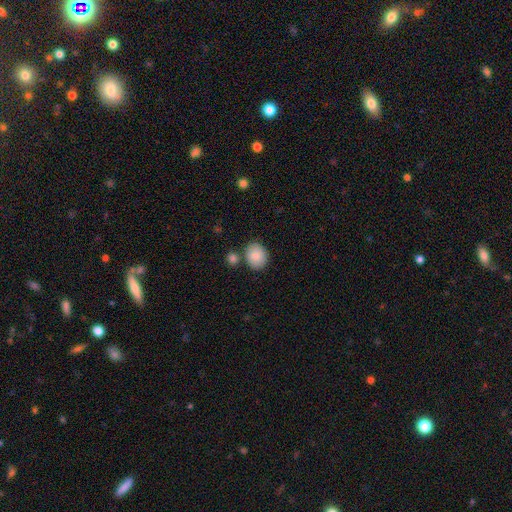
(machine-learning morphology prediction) The model was most divided on "how rounded": round: 60%, in between: 39%, cigar-shaped: 1%. More confident: smooth or featured — smooth (86%); merging — none (75%).